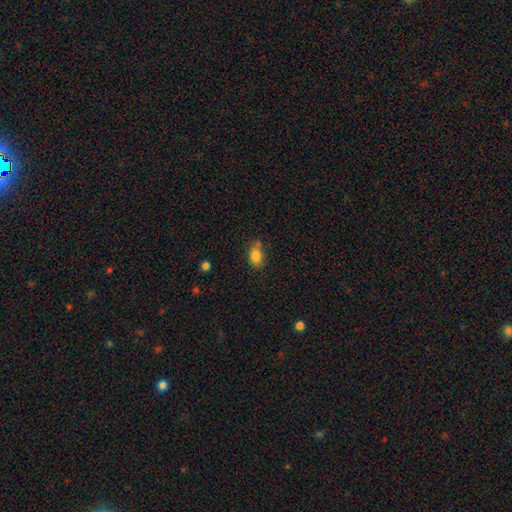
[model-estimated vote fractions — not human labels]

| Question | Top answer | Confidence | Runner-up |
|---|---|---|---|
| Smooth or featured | smooth | 84% | star or artifact (10%) |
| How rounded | in between | 83% | round (14%) |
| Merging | none | 56% | minor disturbance (27%) |